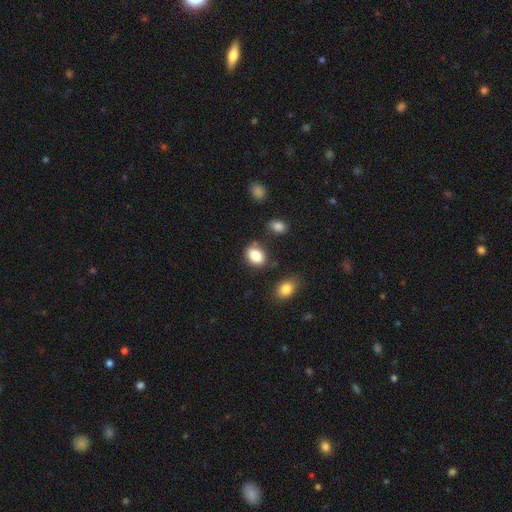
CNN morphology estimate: This is clearly a smooth galaxy (84%). How rounded: likely in between (72%). Merging: likely none (73%).